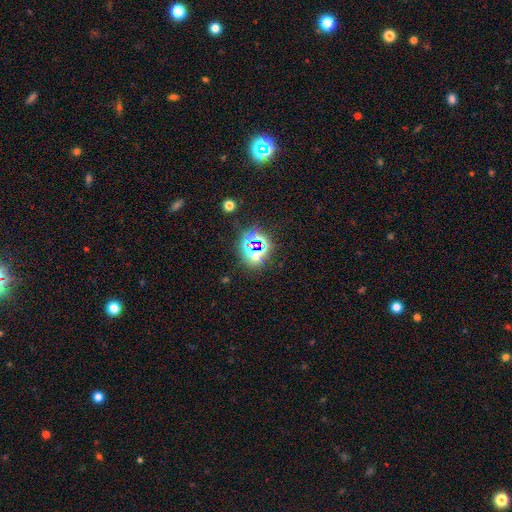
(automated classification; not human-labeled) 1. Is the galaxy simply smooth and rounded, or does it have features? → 69% star or artifact, 21% smooth, 10% featured or disk.